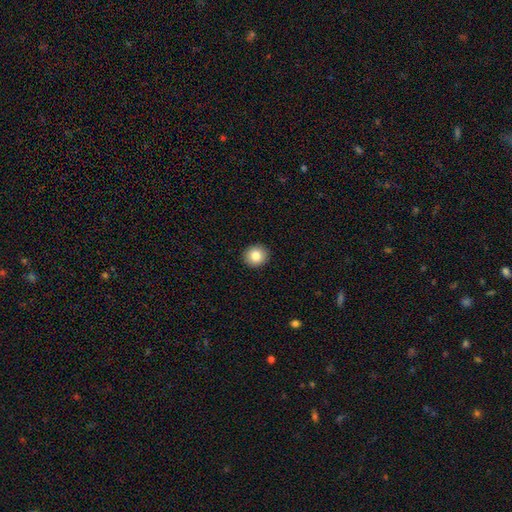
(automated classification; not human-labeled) Q: Smooth or featured?
A: smooth (84%); runner-up: star or artifact (9%)
Q: How rounded?
A: round (88%); runner-up: in between (11%)
Q: Merging?
A: none (93%); runner-up: minor disturbance (5%)